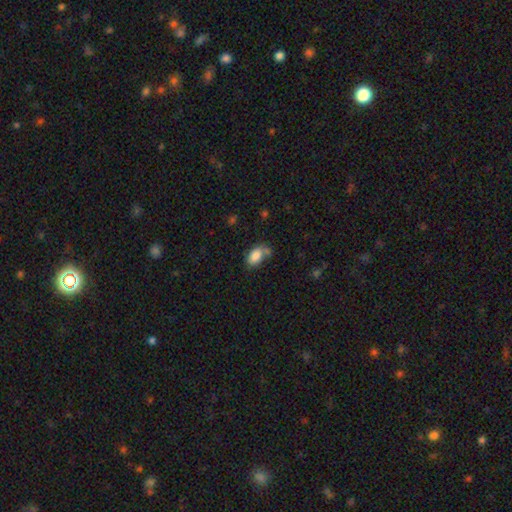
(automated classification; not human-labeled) Smooth or featured?
  - smooth: 83% *
  - featured or disk: 9%
  - star or artifact: 8%
How rounded?
  - in between: 89% *
  - round: 10%
  - cigar-shaped: 2%
Merging?
  - none: 46% *
  - minor disturbance: 23%
  - merger: 20%
  - major disturbance: 11%